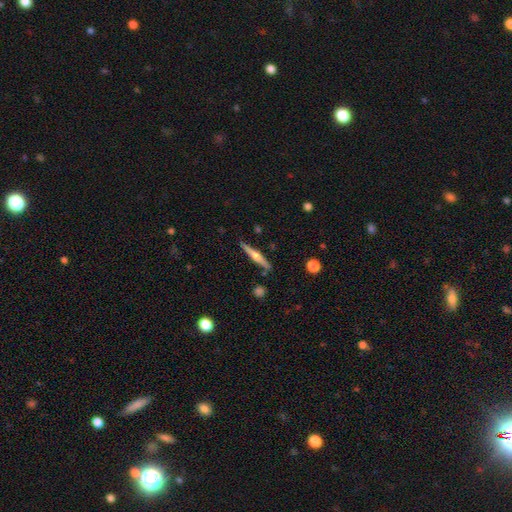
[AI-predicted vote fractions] Overall: featured or disk (65%; smooth 29%). Edge-on disk: yes (97%). Edge-on bulge: rounded (89%). Merging: none (87%).